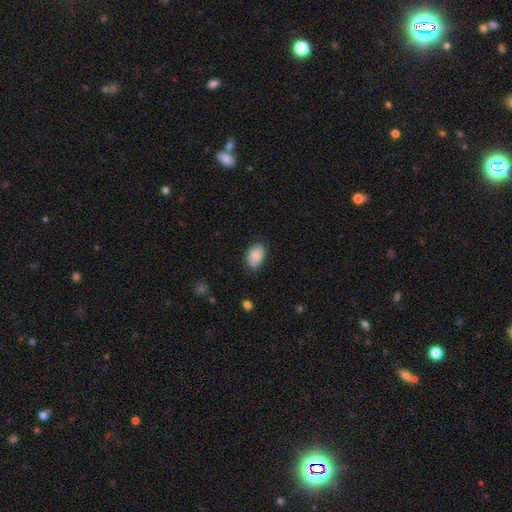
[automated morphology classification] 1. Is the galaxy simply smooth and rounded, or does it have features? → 85% smooth, 9% featured or disk, 7% star or artifact.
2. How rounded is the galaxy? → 87% in between, 12% round, 1% cigar-shaped.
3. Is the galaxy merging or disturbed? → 79% none, 17% minor disturbance, 3% major disturbance, 1% merger.